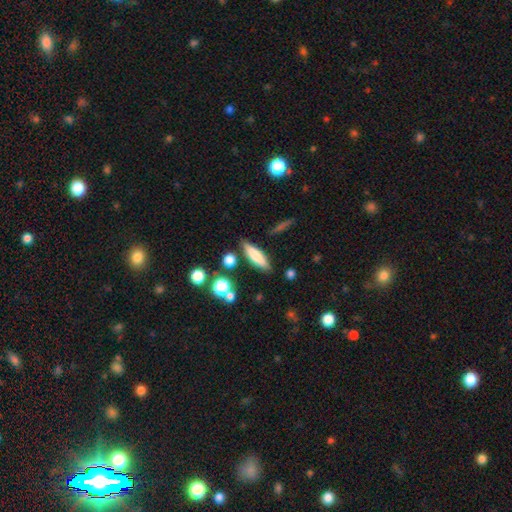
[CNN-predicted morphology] Overall: smooth (75%). How rounded: cigar-shaped (62%; in between 36%). Merging: none (81%).